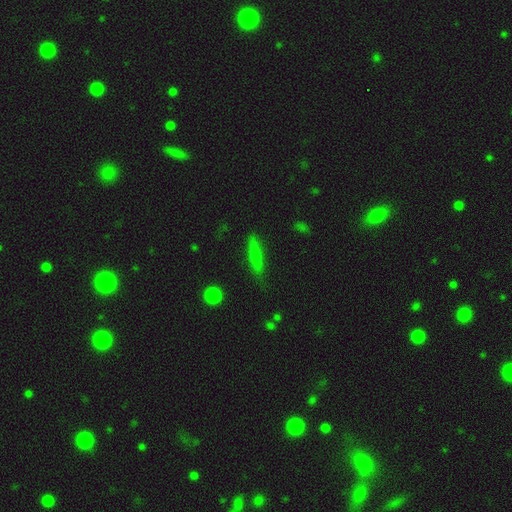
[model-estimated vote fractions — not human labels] Smooth or featured: smooth — 65% (featured or disk — 25%)
How rounded: cigar-shaped — 81% (in between — 16%)
Merging: none — 84% (minor disturbance — 12%)